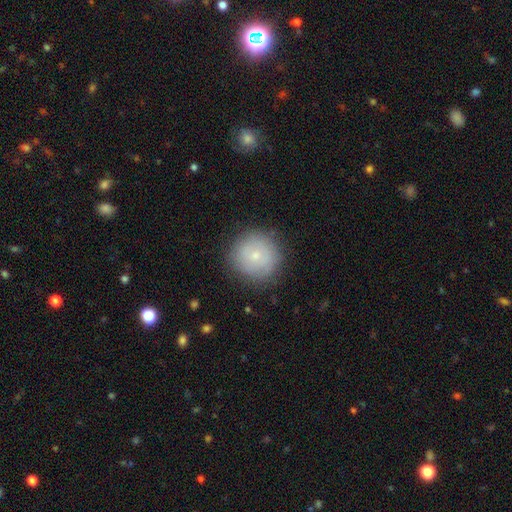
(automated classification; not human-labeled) A smooth galaxy with no disk features (72%) that is round (94%).

Vote fractions:
- Smooth or featured? smooth: 72% / featured or disk: 19% / star or artifact: 9%
- How rounded? round: 94% / in between: 5% / cigar-shaped: 1%
- Merging? none: 84% / minor disturbance: 11% / major disturbance: 3% / merger: 1%